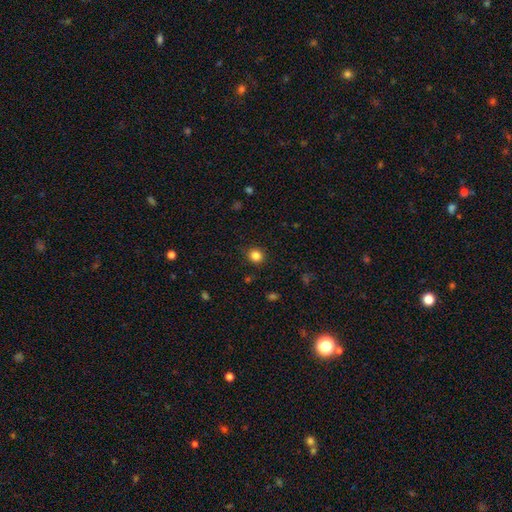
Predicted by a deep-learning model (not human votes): This is clearly a smooth galaxy (83%). How rounded: clearly round (84%). Merging: clearly none (89%).